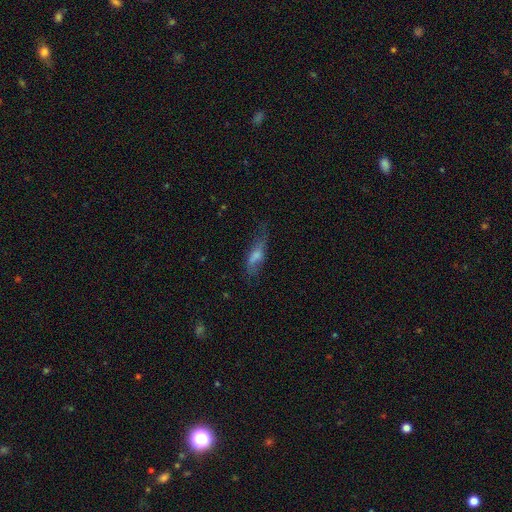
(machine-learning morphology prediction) smooth_or_featured: smooth (p=0.53) [alt: featured or disk p=0.37]
how_rounded: in between (p=0.52) [alt: cigar-shaped p=0.44]
merging: none (p=0.52) [alt: minor disturbance p=0.28]